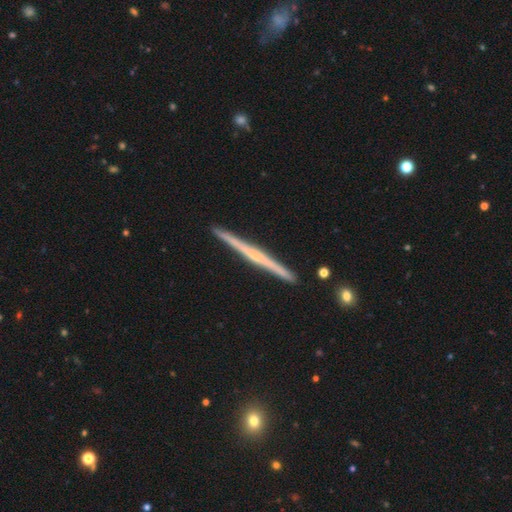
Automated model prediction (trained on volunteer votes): The model was most divided on "edge-on bulge": none: 51%, rounded: 41%, boxy: 8%. More confident: edge-on disk — yes (99%); merging — none (93%); smooth or featured — featured or disk (75%).